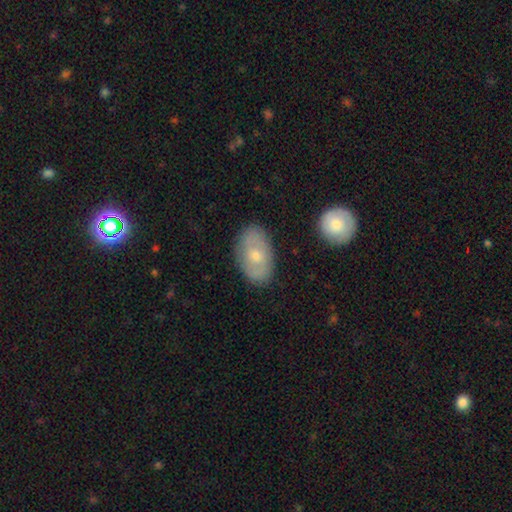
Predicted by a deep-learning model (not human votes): Smooth or featured? smooth (59%)
How rounded? in between (90%)
Merging? none (83%)